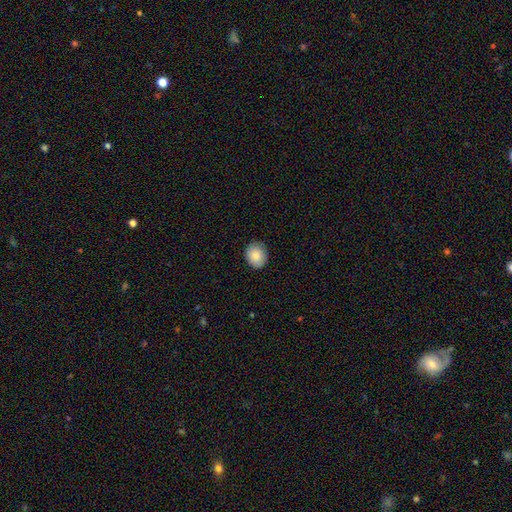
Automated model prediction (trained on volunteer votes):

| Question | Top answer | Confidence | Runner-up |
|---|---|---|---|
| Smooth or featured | smooth | 83% | featured or disk (9%) |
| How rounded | round | 60% | in between (40%) |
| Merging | none | 87% | minor disturbance (10%) |